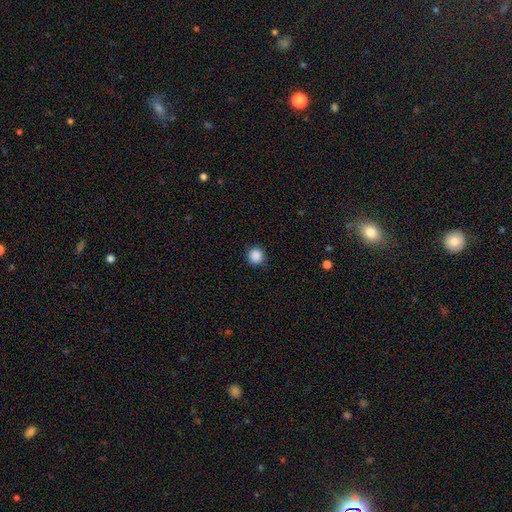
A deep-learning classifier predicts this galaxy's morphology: Smooth or featured: smooth — 88% (star or artifact — 10%)
How rounded: round — 94% (in between — 5%)
Merging: none — 90% (minor disturbance — 7%)